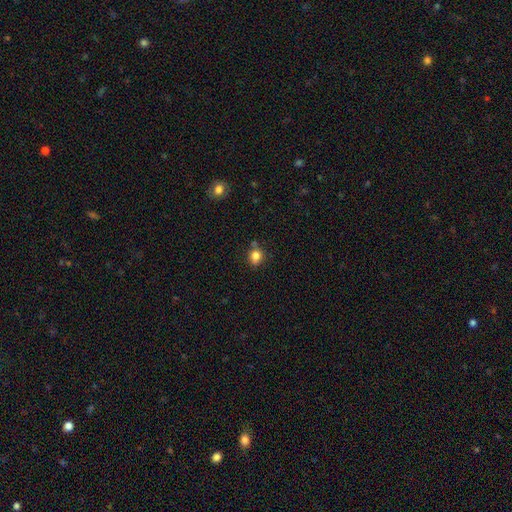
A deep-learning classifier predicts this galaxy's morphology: Smooth or featured: smooth — 81% (star or artifact — 11%)
How rounded: round — 68% (in between — 31%)
Merging: none — 66% (minor disturbance — 18%)